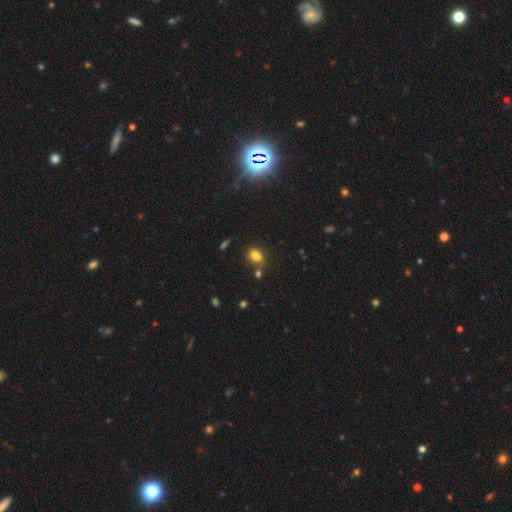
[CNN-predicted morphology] smooth-or-featured: smooth: 80% | star or artifact: 13% | featured or disk: 7%
  how-rounded: in between: 61% | round: 37% | cigar-shaped: 2%
  merging: none: 67% | minor disturbance: 15% | merger: 14% | major disturbance: 4%